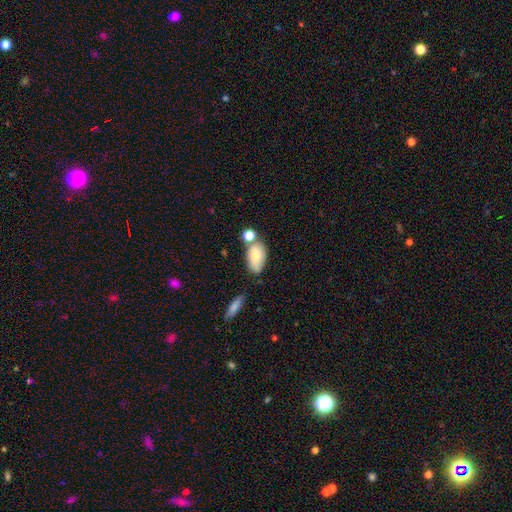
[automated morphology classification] smooth_or_featured: smooth (p=0.74) [alt: featured or disk p=0.18]
how_rounded: in between (p=0.91) [alt: round p=0.06]
merging: none (p=0.52) [alt: merger p=0.24]